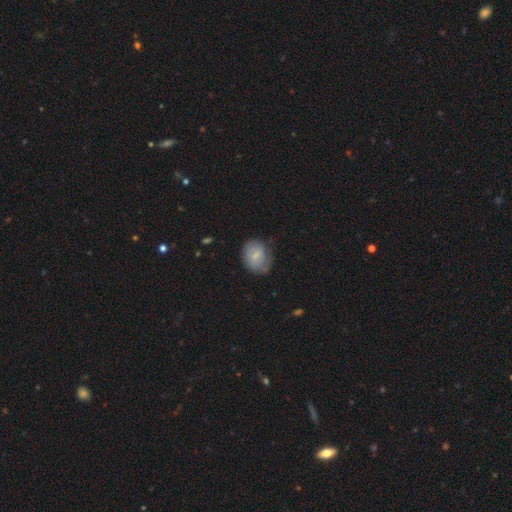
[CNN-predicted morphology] Smooth or featured?
  - smooth: 71% *
  - featured or disk: 21%
  - star or artifact: 7%
How rounded?
  - in between: 54% *
  - round: 45%
  - cigar-shaped: 1%
Merging?
  - none: 68% *
  - minor disturbance: 23%
  - major disturbance: 7%
  - merger: 2%